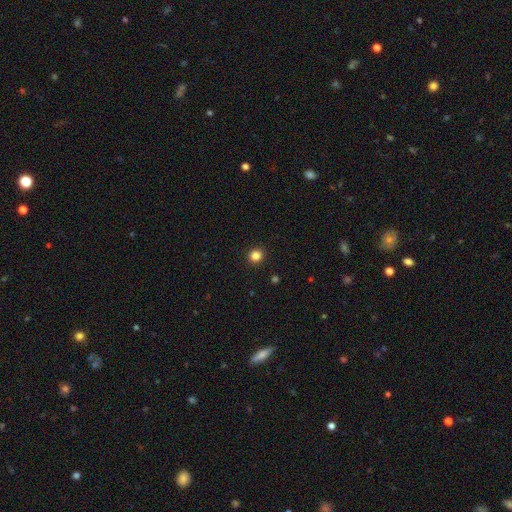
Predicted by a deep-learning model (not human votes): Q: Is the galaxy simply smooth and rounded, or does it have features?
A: smooth — 84%.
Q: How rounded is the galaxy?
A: round — 91%.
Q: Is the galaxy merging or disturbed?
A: none — 93%.